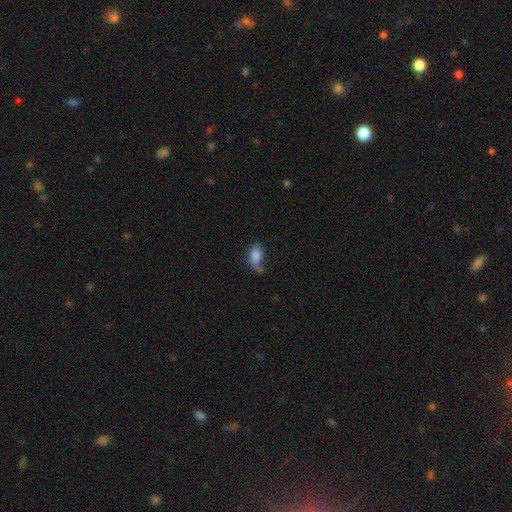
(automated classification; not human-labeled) smooth-or-featured: smooth: 72% | featured or disk: 19% | star or artifact: 9%
  how-rounded: in between: 86% | round: 10% | cigar-shaped: 4%
  merging: none: 35% | major disturbance: 30% | minor disturbance: 26% | merger: 9%